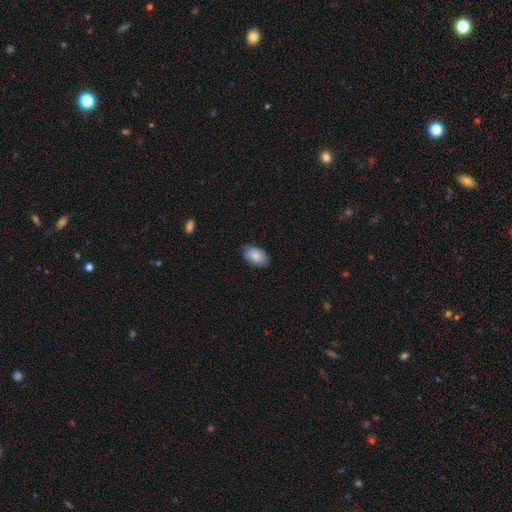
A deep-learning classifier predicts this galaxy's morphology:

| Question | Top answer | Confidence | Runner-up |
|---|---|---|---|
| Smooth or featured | smooth | 82% | featured or disk (11%) |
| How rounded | in between | 92% | round (6%) |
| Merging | none | 72% | minor disturbance (23%) |